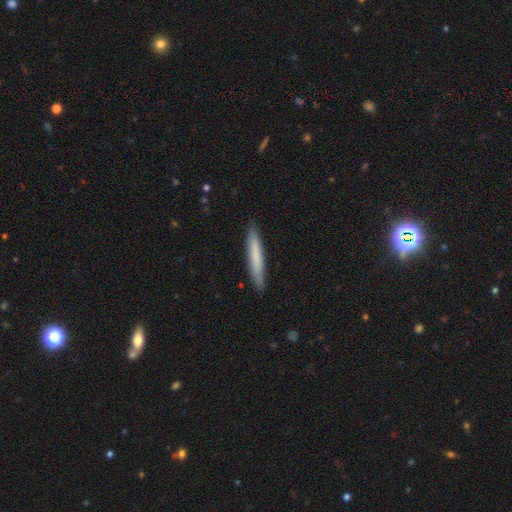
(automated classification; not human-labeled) A smooth galaxy with no disk features (74%) that is cigar-shaped (95%). Merging: none (90%).